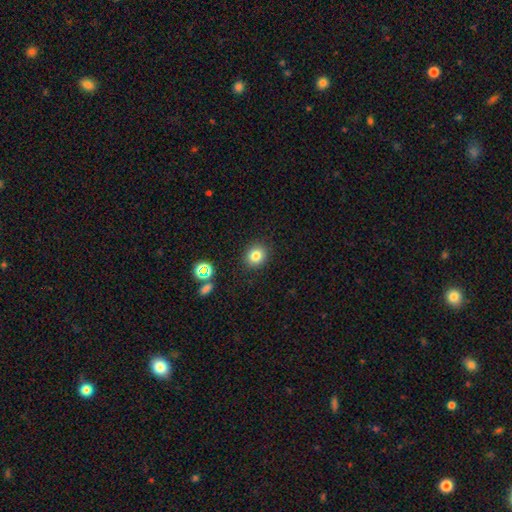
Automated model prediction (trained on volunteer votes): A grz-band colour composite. It shows a smooth galaxy with no disk features (80%) that is round (79%). Merging: none (88%).